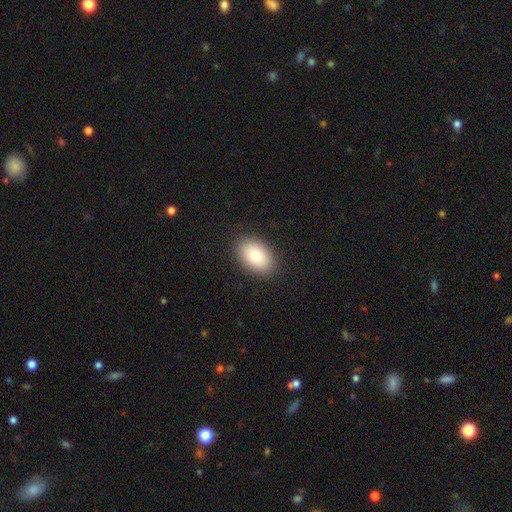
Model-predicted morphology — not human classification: This appears to be a smooth galaxy with no disk features (80%) that is in between round and cigar-shaped (88%). Merging: none (89%).